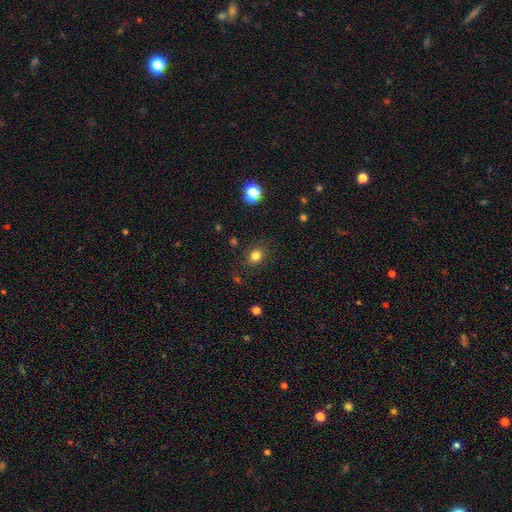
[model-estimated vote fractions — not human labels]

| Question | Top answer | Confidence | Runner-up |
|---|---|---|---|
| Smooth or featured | smooth | 80% | star or artifact (14%) |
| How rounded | round | 70% | in between (29%) |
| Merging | none | 85% | minor disturbance (10%) |